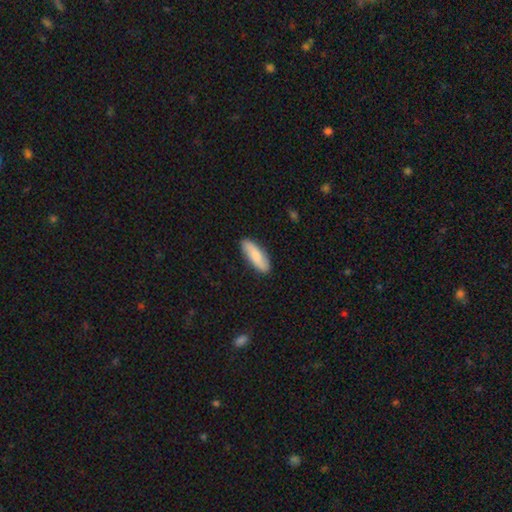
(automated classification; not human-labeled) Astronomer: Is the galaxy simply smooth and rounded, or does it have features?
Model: smooth — 73%.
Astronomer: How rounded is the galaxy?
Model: in between — 61% (runner-up: cigar-shaped, 37%).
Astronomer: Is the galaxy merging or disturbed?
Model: none — 87%.